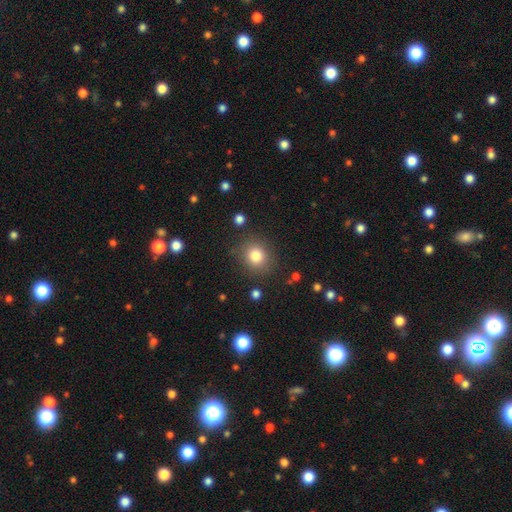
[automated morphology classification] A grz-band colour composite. It shows a smooth galaxy with no disk features (81%) that is round (82%). Merging: none (85%).